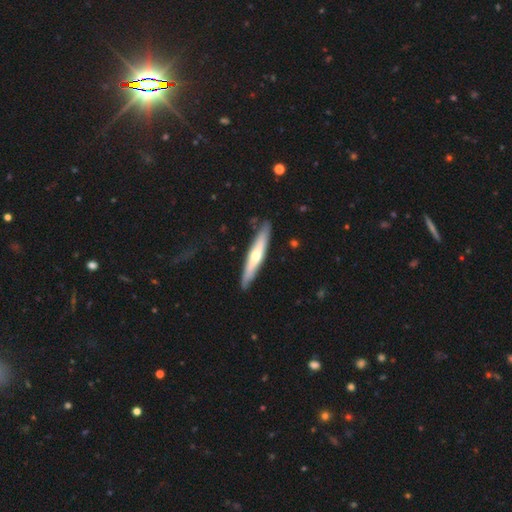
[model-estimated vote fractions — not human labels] Overall: featured or disk (53%; smooth 42%). Edge-on disk: yes (89%). Merging: none (87%).